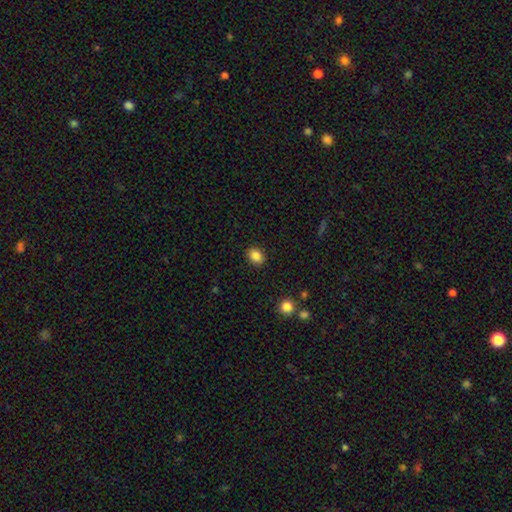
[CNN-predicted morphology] smooth 86%, star or artifact 10%, featured or disk 4%. Down the decision tree: how rounded — in between (57%); merging — none (88%).